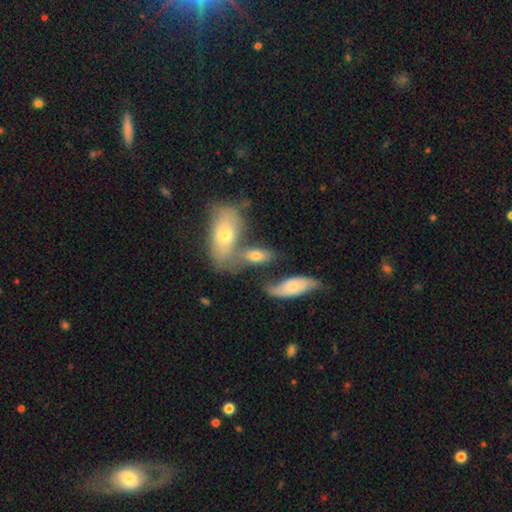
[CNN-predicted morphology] Smooth or featured? Predicted: smooth (p=0.66). How rounded? Predicted: in between (p=0.84). Merging? Predicted: merger (p=0.43).